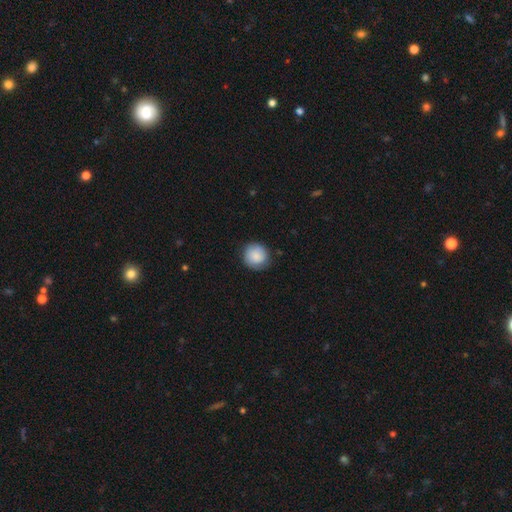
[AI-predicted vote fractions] smooth_or_featured: smooth (p=0.84) [alt: featured or disk p=0.09]
how_rounded: round (p=0.91) [alt: in between p=0.08]
merging: none (p=0.81) [alt: minor disturbance p=0.15]